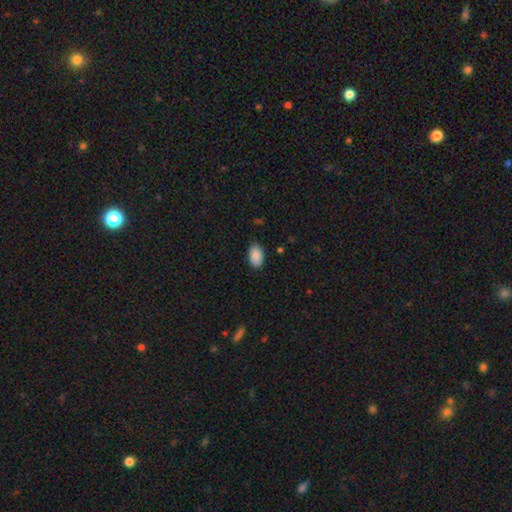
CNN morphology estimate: Smooth or featured: smooth — 89% (star or artifact — 7%)
How rounded: in between — 93% (round — 5%)
Merging: none — 87% (minor disturbance — 10%)